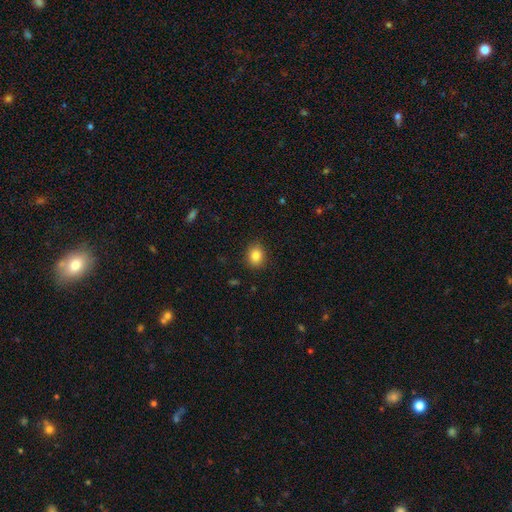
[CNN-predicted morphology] A smooth galaxy with no disk features (84%) that is round (58%).

Vote fractions:
- Smooth or featured? smooth: 84% / star or artifact: 10% / featured or disk: 6%
- How rounded? round: 58% / in between: 41% / cigar-shaped: 1%
- Merging? none: 89% / minor disturbance: 8% / major disturbance: 2% / merger: 1%